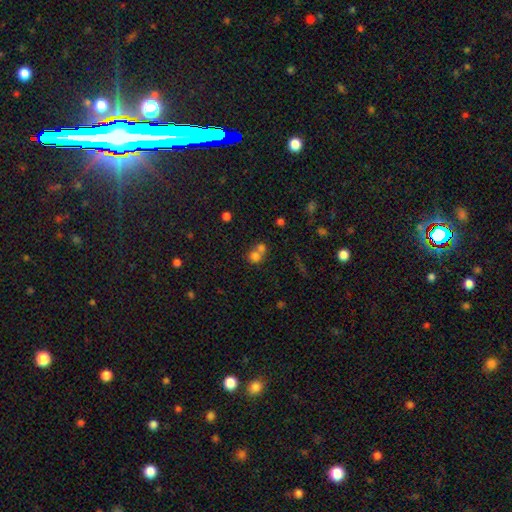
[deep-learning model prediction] Q: Smooth or featured?
A: smooth (73%); runner-up: featured or disk (14%)
Q: How rounded?
A: round (78%); runner-up: in between (21%)
Q: Merging?
A: merger (59%); runner-up: none (31%)